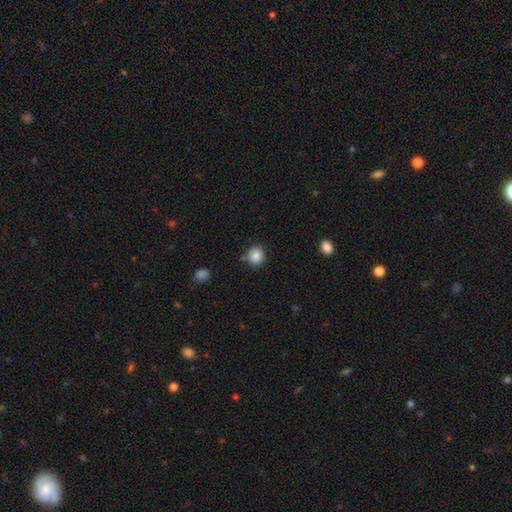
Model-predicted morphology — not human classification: smooth-or-featured: smooth: 86% | star or artifact: 9% | featured or disk: 5%
  how-rounded: round: 83% | in between: 16% | cigar-shaped: 1%
  merging: none: 79% | minor disturbance: 12% | merger: 6% | major disturbance: 3%